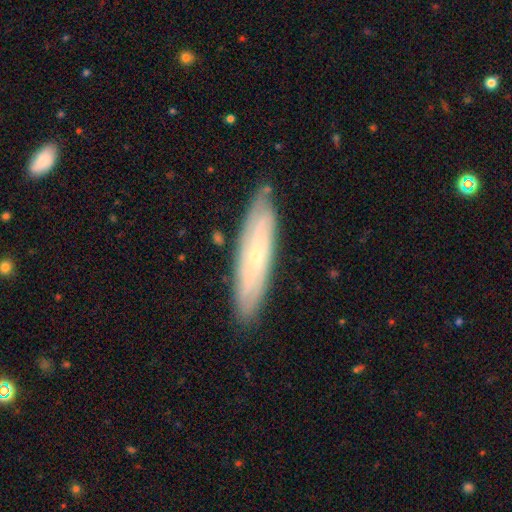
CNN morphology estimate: A featured or disk galaxy (64%). Merging: none (83%).